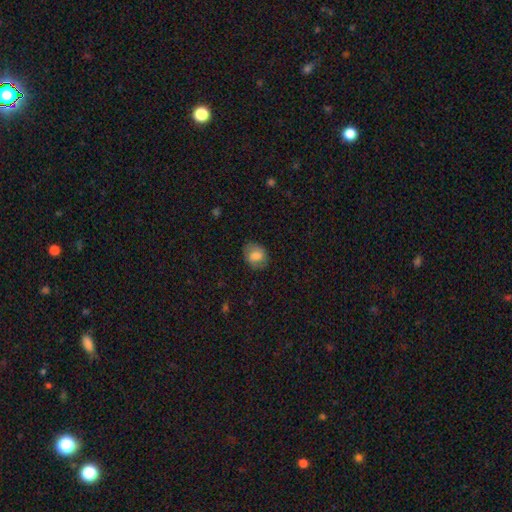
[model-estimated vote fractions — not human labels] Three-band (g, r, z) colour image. It shows a smooth galaxy with no disk features (74%) that is in between round and cigar-shaped (50%). Merging: none (77%).